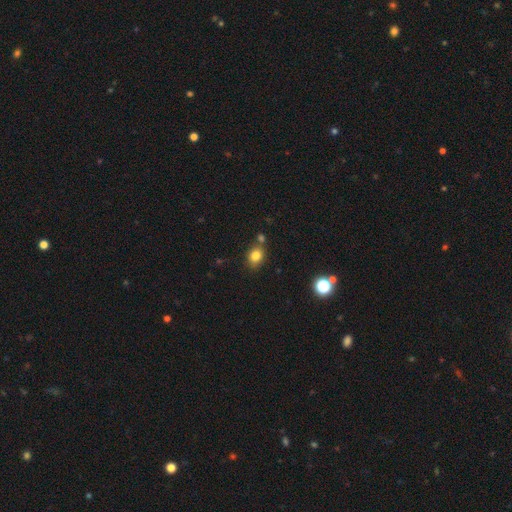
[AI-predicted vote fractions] smooth_or_featured: smooth (p=0.81) [alt: star or artifact p=0.12]
how_rounded: round (p=0.51) [alt: in between p=0.48]
merging: none (p=0.71) [alt: minor disturbance p=0.13]